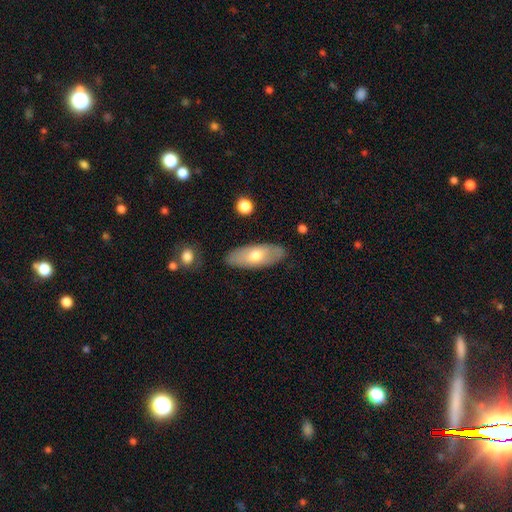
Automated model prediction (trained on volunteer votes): A smooth galaxy with no disk features (59%) that is in between round and cigar-shaped (77%).

Vote fractions:
- Smooth or featured? smooth: 59% / featured or disk: 35% / star or artifact: 6%
- How rounded? in between: 77% / cigar-shaped: 20% / round: 3%
- Merging? none: 85% / minor disturbance: 11% / major disturbance: 2% / merger: 2%